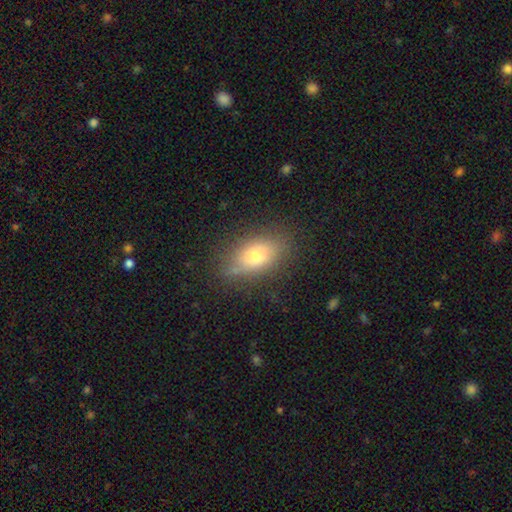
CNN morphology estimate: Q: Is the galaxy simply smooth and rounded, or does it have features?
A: smooth — 70%.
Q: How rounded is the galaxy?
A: in between — 85%.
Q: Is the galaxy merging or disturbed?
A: none — 77%.